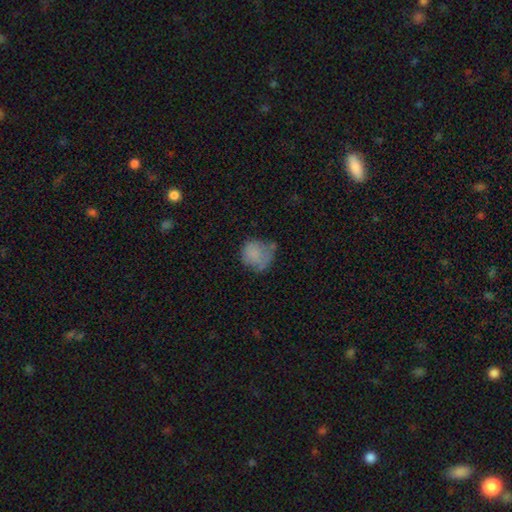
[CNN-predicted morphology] Overall: smooth (76%). How rounded: round (77%). Merging: none (44%; minor disturbance 34%).